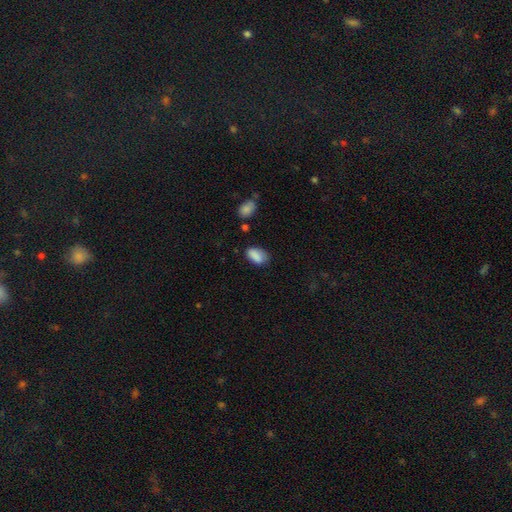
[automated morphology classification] smooth 86%, star or artifact 8%, featured or disk 6%. Down the decision tree: how rounded — in between (91%); merging — none (69%).